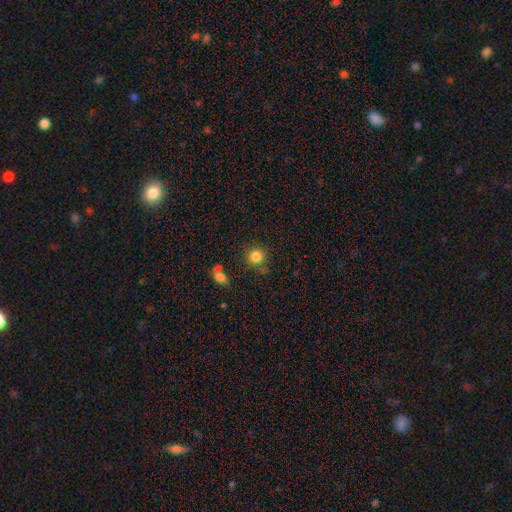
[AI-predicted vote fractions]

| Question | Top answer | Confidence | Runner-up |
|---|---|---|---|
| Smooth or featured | smooth | 83% | star or artifact (11%) |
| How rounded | round | 91% | in between (8%) |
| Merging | none | 78% | minor disturbance (11%) |